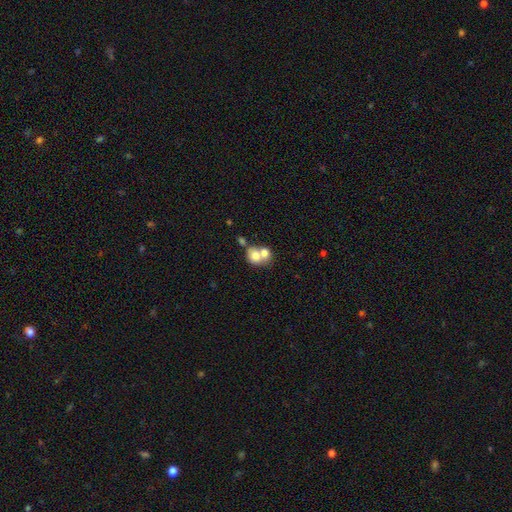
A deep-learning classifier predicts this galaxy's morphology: smooth 72%, featured or disk 20%, star or artifact 9%. Down the decision tree: how rounded — round (61%); merging — merger (67%).